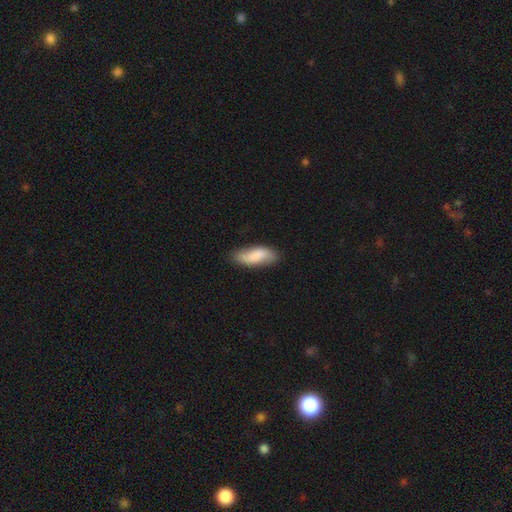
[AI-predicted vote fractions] smooth-or-featured: smooth: 78% | featured or disk: 16% | star or artifact: 6%
  how-rounded: in between: 72% | cigar-shaped: 26% | round: 2%
  merging: none: 73% | minor disturbance: 22% | major disturbance: 4% | merger: 2%